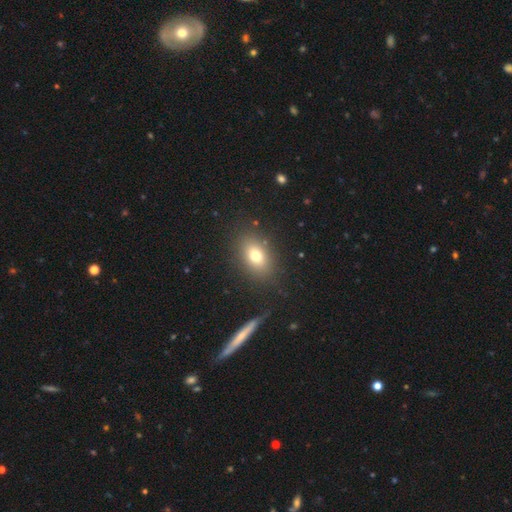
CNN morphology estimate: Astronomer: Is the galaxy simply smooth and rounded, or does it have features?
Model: smooth — 75%.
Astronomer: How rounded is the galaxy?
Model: in between — 76%.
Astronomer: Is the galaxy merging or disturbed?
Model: none — 84%.